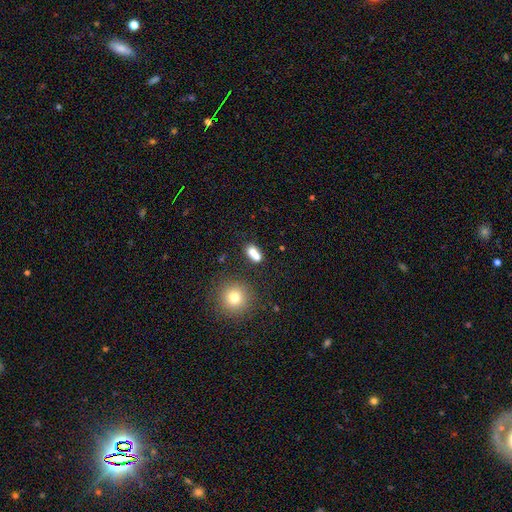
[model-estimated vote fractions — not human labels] Q: Smooth or featured?
A: smooth (75%); runner-up: featured or disk (13%)
Q: How rounded?
A: in between (71%); runner-up: round (24%)
Q: Merging?
A: merger (46%); runner-up: none (39%)